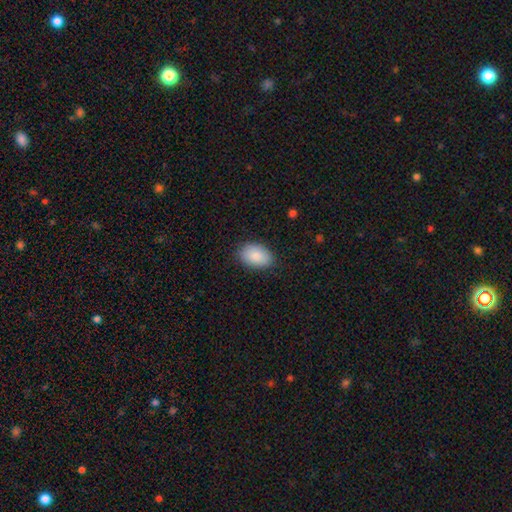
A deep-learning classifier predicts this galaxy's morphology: Smooth or featured?
  - smooth: 89% *
  - star or artifact: 6%
  - featured or disk: 5%
How rounded?
  - in between: 91% *
  - round: 8%
  - cigar-shaped: 1%
Merging?
  - none: 85% *
  - minor disturbance: 11%
  - major disturbance: 2%
  - merger: 1%